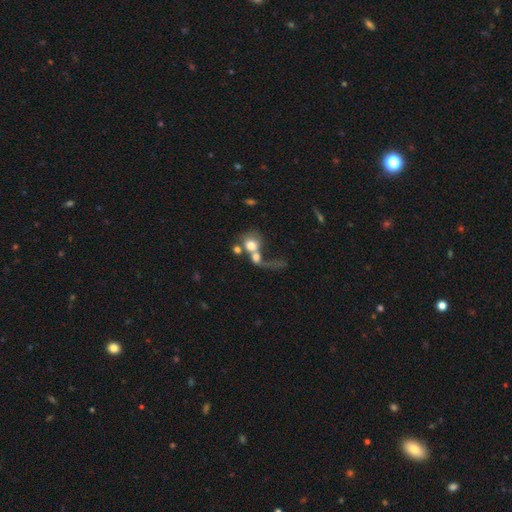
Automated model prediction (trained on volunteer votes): This is possibly a smooth galaxy (53%). How rounded: likely round (72%). Merging: possibly merger (57%).